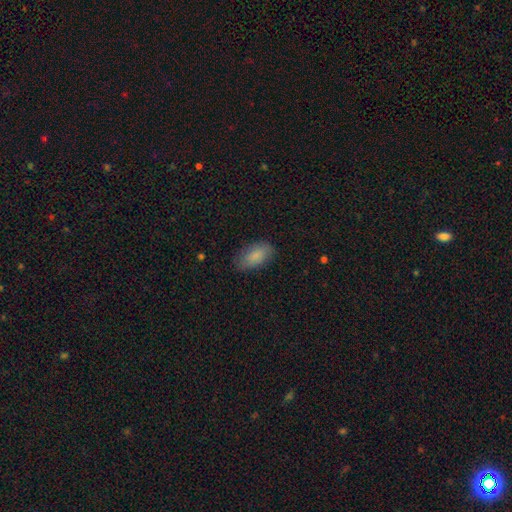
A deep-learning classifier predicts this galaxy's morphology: smooth 86%, featured or disk 8%, star or artifact 7%. Down the decision tree: how rounded — in between (92%); merging — none (82%).